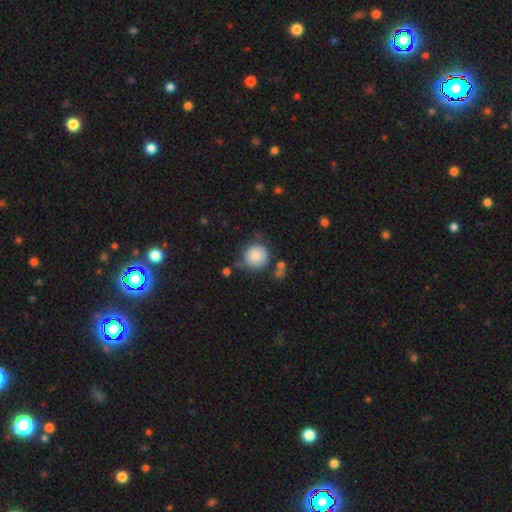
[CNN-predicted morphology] The model was most divided on "merging": none: 74%, minor disturbance: 15%, merger: 6%, major disturbance: 5%. More confident: how rounded — round (93%); smooth or featured — smooth (86%).